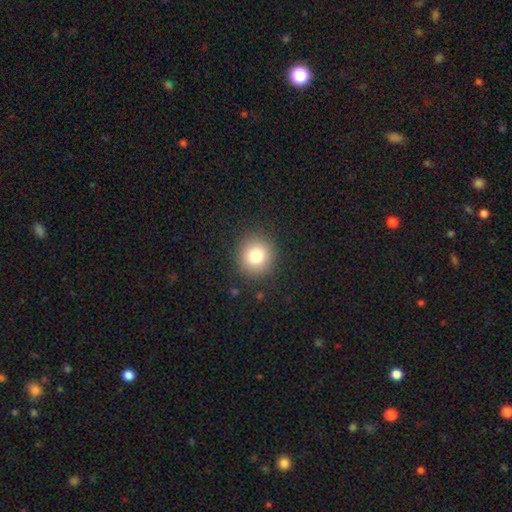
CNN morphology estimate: This is likely a smooth galaxy (79%). How rounded: clearly round (90%). Merging: clearly none (90%).